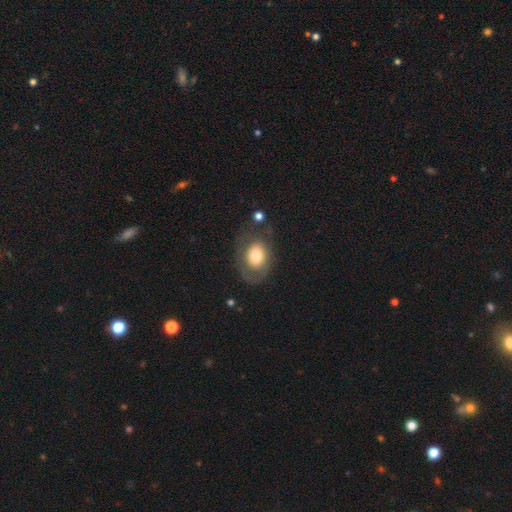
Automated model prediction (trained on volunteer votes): This appears to be a smooth galaxy with no disk features (65%) that is in between round and cigar-shaped (67%). Merging: none (57%).